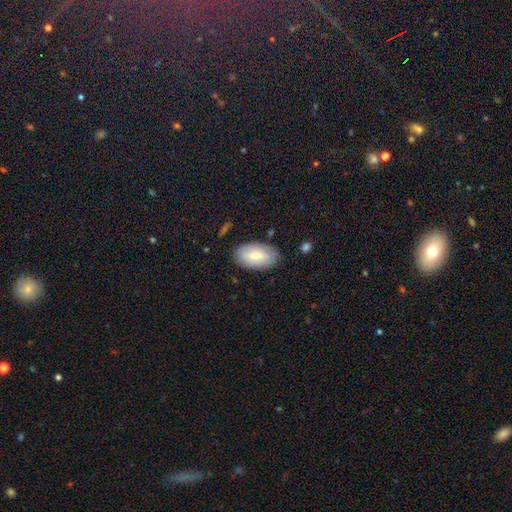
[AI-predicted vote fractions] smooth_or_featured: smooth (p=0.73) [alt: featured or disk p=0.21]
how_rounded: in between (p=0.94) [alt: round p=0.04]
merging: none (p=0.83) [alt: minor disturbance p=0.12]